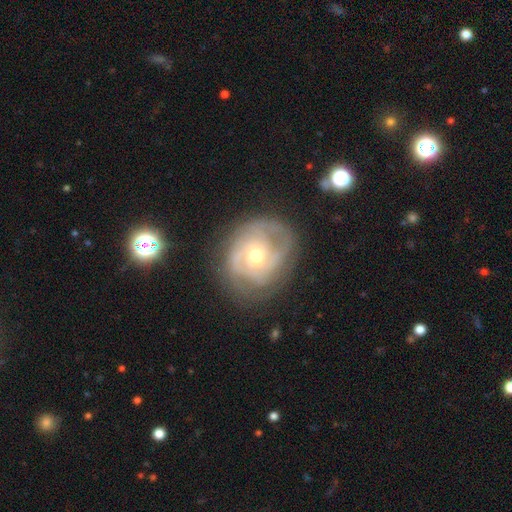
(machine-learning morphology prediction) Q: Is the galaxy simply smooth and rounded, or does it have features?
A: featured or disk — 81%.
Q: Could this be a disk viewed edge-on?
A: no — 97%.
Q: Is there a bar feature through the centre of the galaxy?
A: no — 74%.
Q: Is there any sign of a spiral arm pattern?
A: yes — 90%.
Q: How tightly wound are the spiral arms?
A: tight — 59%.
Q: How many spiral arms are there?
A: can't tell — 31%.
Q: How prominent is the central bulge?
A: moderate — 53%.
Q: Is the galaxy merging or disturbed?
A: none — 69%.